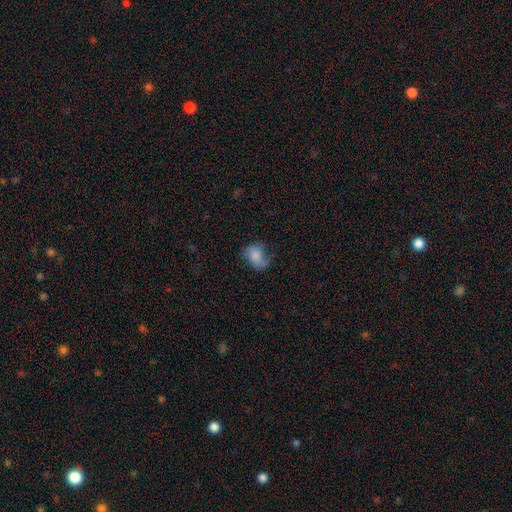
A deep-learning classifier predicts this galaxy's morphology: Smooth or featured?
  - smooth: 64% *
  - featured or disk: 26%
  - star or artifact: 10%
How rounded?
  - in between: 71% *
  - round: 28%
  - cigar-shaped: 1%
Merging?
  - none: 44% *
  - minor disturbance: 31%
  - major disturbance: 23%
  - merger: 2%